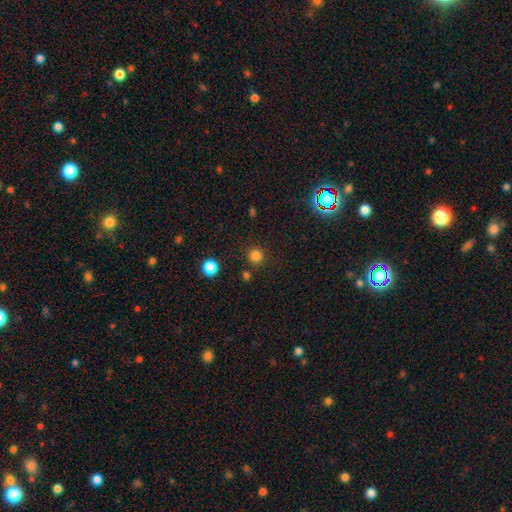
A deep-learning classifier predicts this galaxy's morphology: Smooth or featured? smooth (81%)
How rounded? round (95%)
Merging? none (87%)